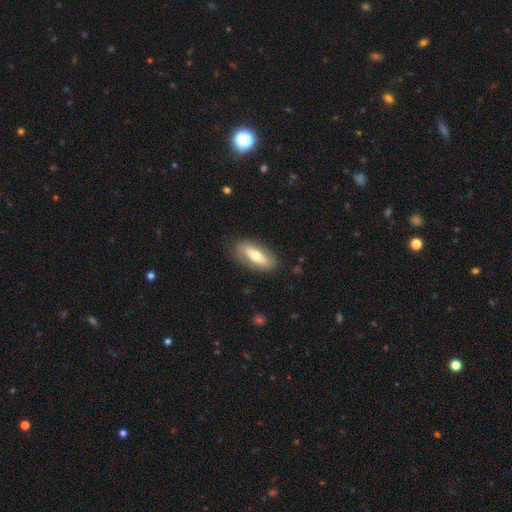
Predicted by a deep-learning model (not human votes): This appears to be a smooth galaxy with no disk features (58%) that is in between round and cigar-shaped (77%). Merging: none (83%).